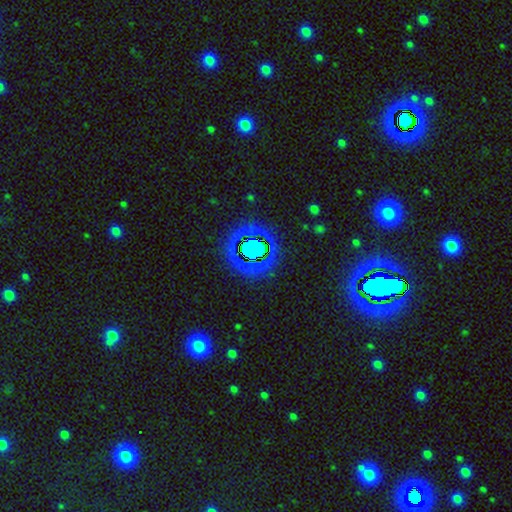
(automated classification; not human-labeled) smooth-or-featured: star or artifact: 74% | smooth: 15% | featured or disk: 11%